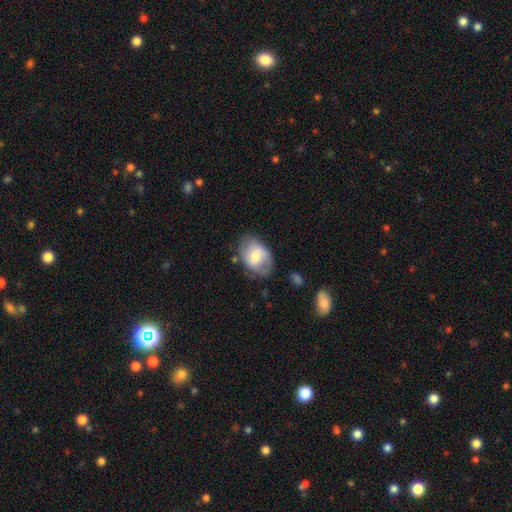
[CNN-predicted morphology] A smooth galaxy with no disk features (53%) that is in between round and cigar-shaped (78%). Merging: none (62%).